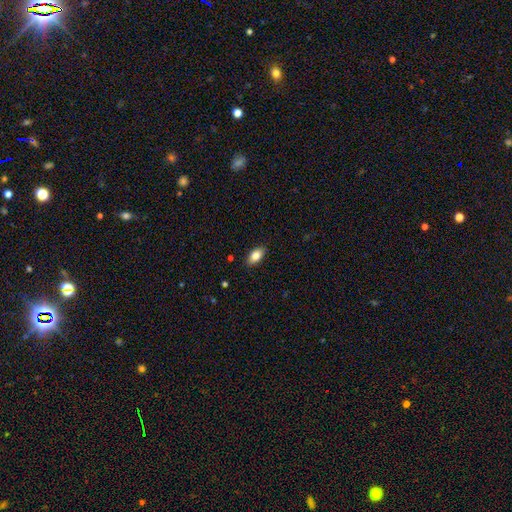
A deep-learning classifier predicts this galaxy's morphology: smooth-or-featured: smooth: 82% | featured or disk: 10% | star or artifact: 8%
  how-rounded: in between: 91% | round: 5% | cigar-shaped: 4%
  merging: none: 88% | minor disturbance: 9% | major disturbance: 2% | merger: 1%